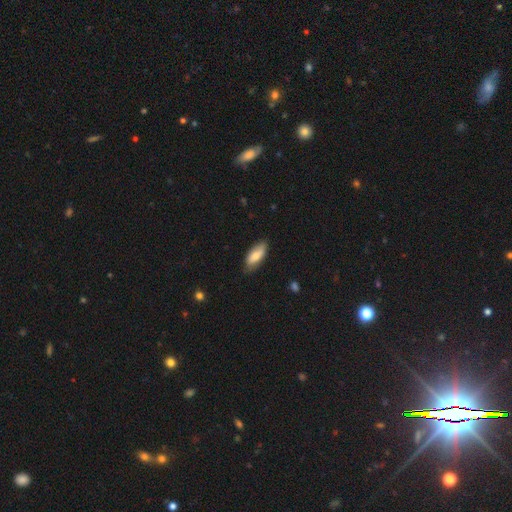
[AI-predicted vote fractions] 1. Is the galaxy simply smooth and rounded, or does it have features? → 72% smooth, 22% featured or disk, 6% star or artifact.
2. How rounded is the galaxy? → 82% in between, 16% cigar-shaped, 2% round.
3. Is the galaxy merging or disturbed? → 77% none, 19% minor disturbance, 3% major disturbance, 1% merger.